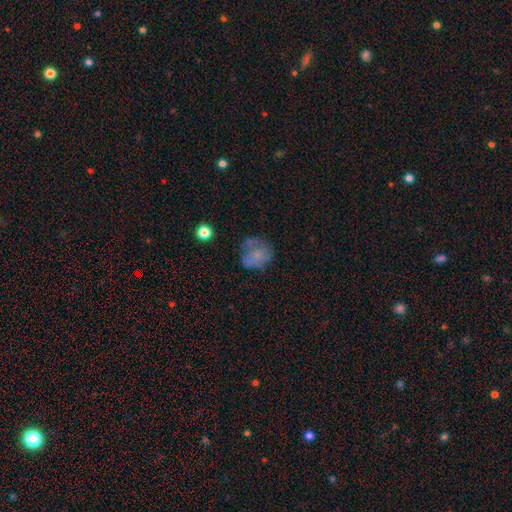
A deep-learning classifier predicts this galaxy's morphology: This appears to be a smooth galaxy with no disk features (61%) that is round (71%). Merging: none (47%).